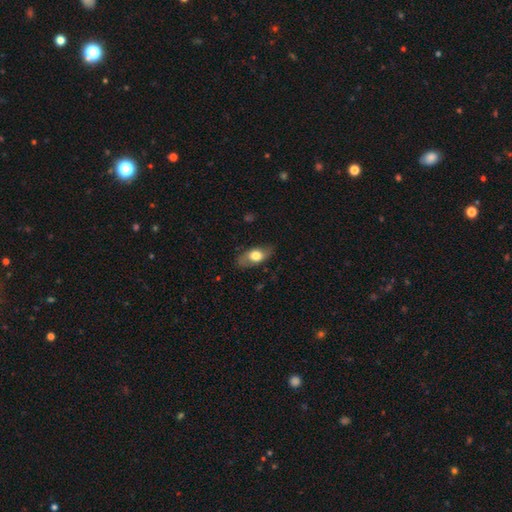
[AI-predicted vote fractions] Smooth or featured?
  - smooth: 64% *
  - featured or disk: 30%
  - star or artifact: 7%
How rounded?
  - in between: 82% *
  - cigar-shaped: 9%
  - round: 8%
Merging?
  - none: 77% *
  - minor disturbance: 17%
  - major disturbance: 5%
  - merger: 1%